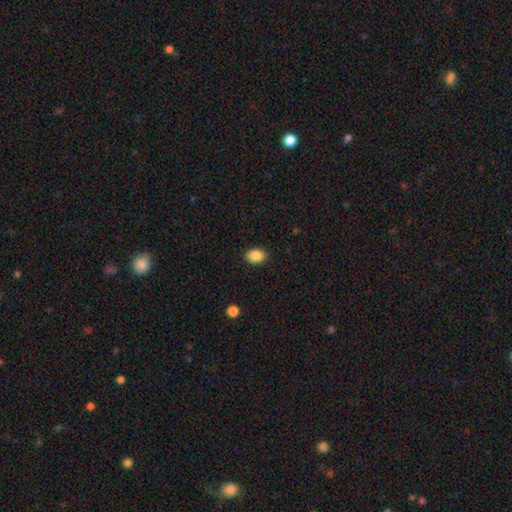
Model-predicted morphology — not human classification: A smooth galaxy with no disk features (87%) that is in between round and cigar-shaped (69%). Merging: none (89%).